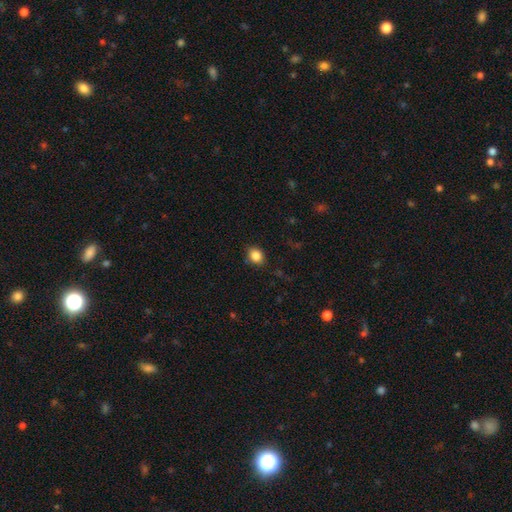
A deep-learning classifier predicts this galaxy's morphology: smooth 85%, star or artifact 10%, featured or disk 5%. Down the decision tree: how rounded — round (50%); merging — none (84%).